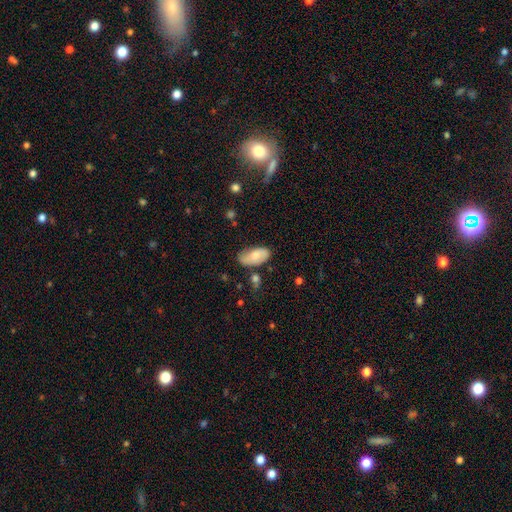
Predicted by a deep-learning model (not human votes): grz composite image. It shows a smooth galaxy with no disk features (70%) that is in between round and cigar-shaped (94%). Merging: none (64%).